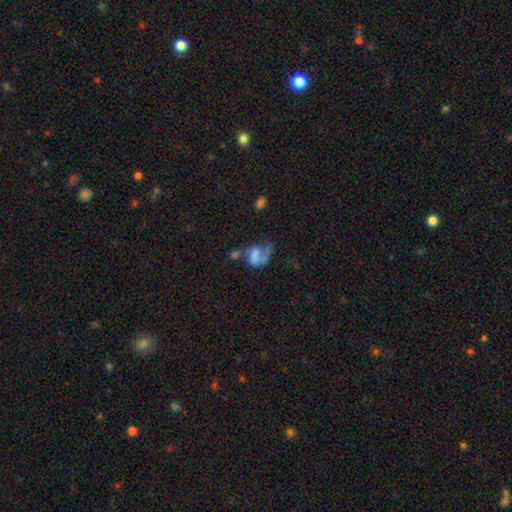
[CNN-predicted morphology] smooth-or-featured: smooth: 44% (tied) | featured or disk: 44% (tied) | star or artifact: 12%
  merging: major disturbance: 41% | merger: 23% | none: 20% | minor disturbance: 16%